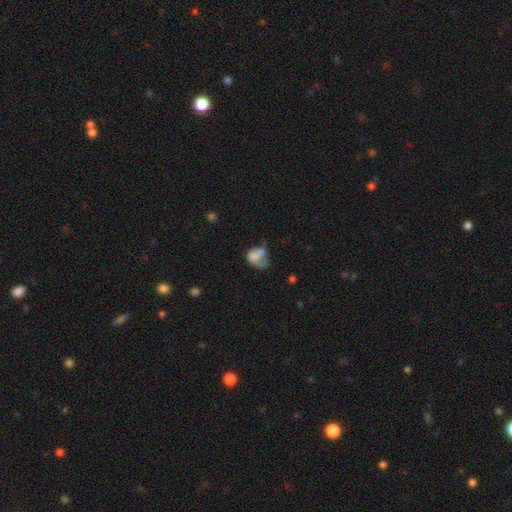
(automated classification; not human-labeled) This is likely a smooth galaxy (62%). How rounded: likely in between (67%). Merging: possibly major disturbance (45%).